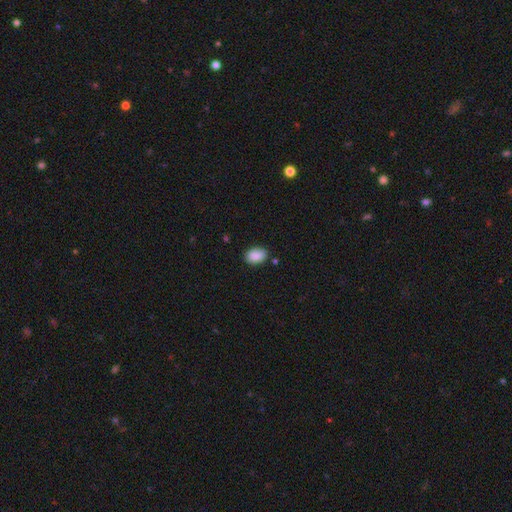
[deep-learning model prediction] A smooth galaxy with no disk features (90%) that is in between round and cigar-shaped (86%).

Vote fractions:
- Smooth or featured? smooth: 90% / star or artifact: 7% / featured or disk: 3%
- How rounded? in between: 86% / round: 13% / cigar-shaped: 1%
- Merging? none: 83% / minor disturbance: 13% / major disturbance: 3% / merger: 2%